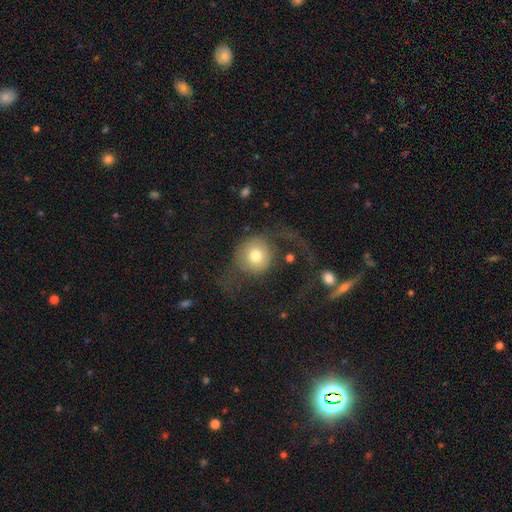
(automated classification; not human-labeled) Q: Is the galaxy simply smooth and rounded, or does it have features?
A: smooth — 64%.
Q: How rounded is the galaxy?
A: round — 90%.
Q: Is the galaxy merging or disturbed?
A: major disturbance — 50%.